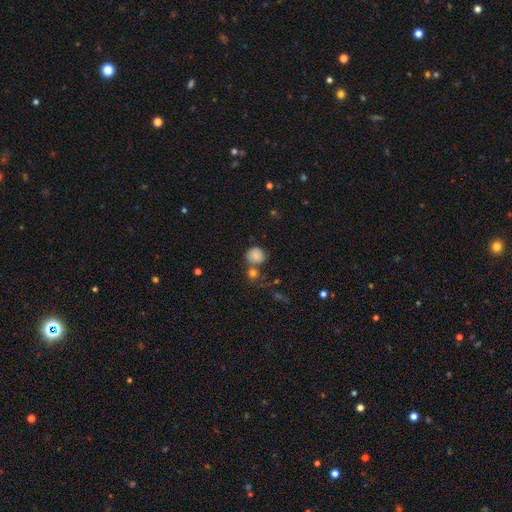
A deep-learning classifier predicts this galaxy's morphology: This is clearly a smooth galaxy (81%). How rounded: clearly round (86%). Merging: possibly none (60%).